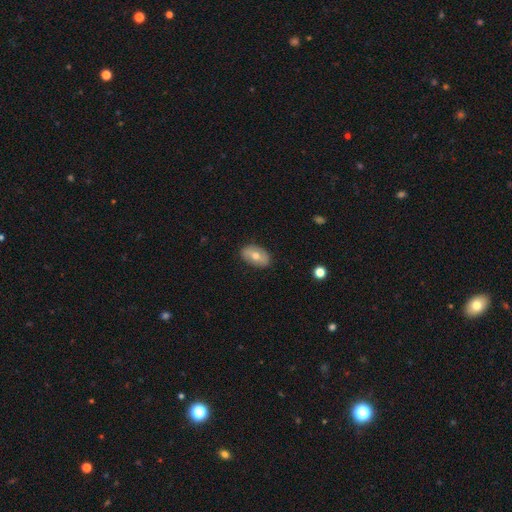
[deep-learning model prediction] Q: Smooth or featured?
A: smooth (58%); runner-up: featured or disk (35%)
Q: How rounded?
A: in between (90%); runner-up: round (8%)
Q: Merging?
A: none (85%); runner-up: minor disturbance (11%)